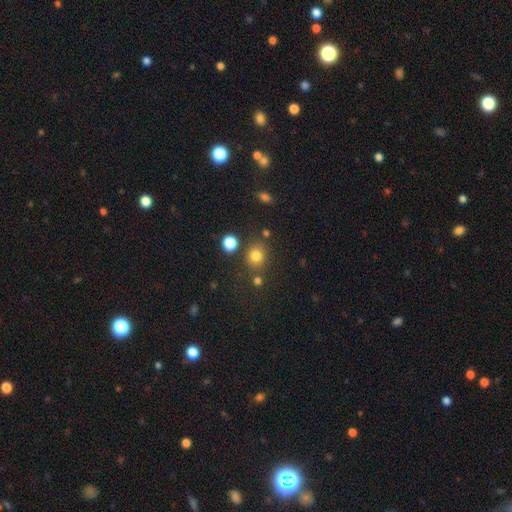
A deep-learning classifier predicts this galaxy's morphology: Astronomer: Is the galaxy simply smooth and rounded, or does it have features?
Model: smooth — 79%.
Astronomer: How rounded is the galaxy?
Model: round — 76%.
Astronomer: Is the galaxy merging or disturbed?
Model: none — 77%.